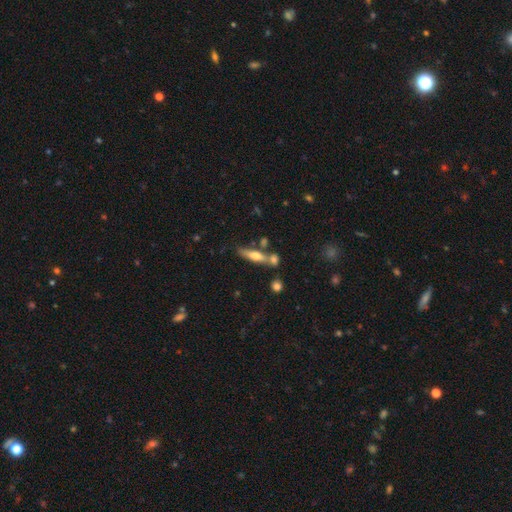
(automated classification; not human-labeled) smooth-or-featured: smooth: 58% | featured or disk: 35% | star or artifact: 7%
  how-rounded: cigar-shaped: 70% | in between: 27% | round: 2%
  merging: none: 60% | merger: 23% | minor disturbance: 13% | major disturbance: 4%